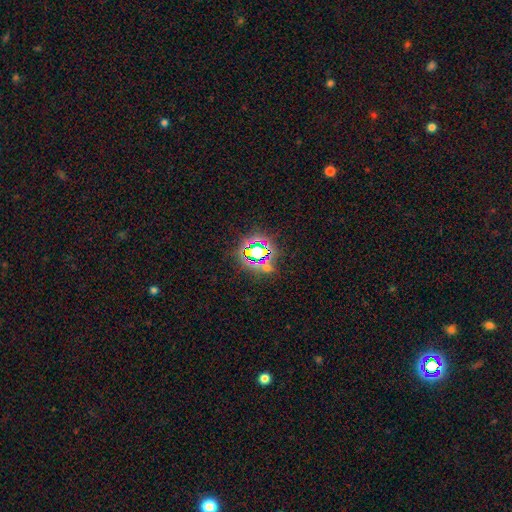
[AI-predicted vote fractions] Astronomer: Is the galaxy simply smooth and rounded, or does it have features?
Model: star or artifact — 72%.